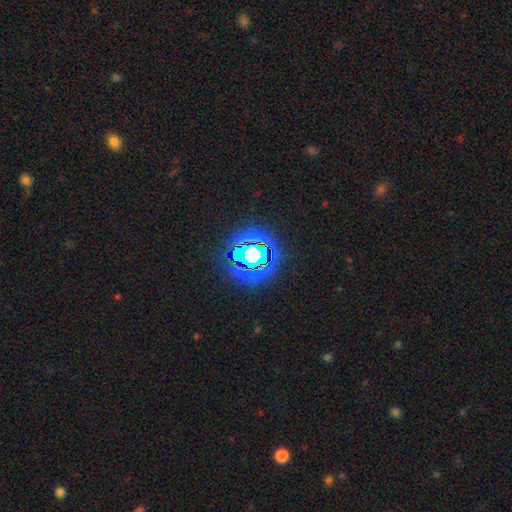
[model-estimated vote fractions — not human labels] The model was most divided on "smooth or featured": star or artifact: 73%, smooth: 15%, featured or disk: 12%.